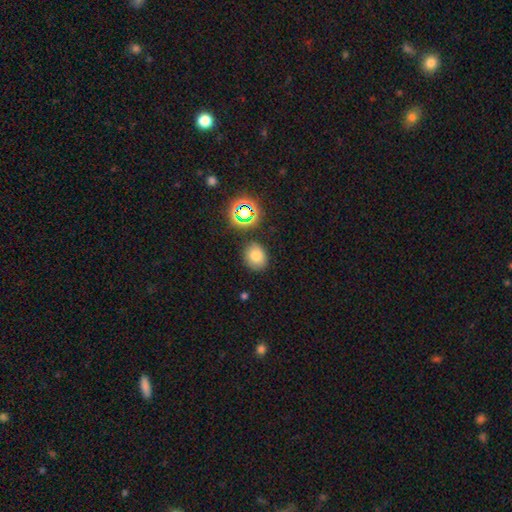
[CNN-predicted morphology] This appears to be a smooth galaxy with no disk features (73%) that is round (59%). Merging: none (81%).